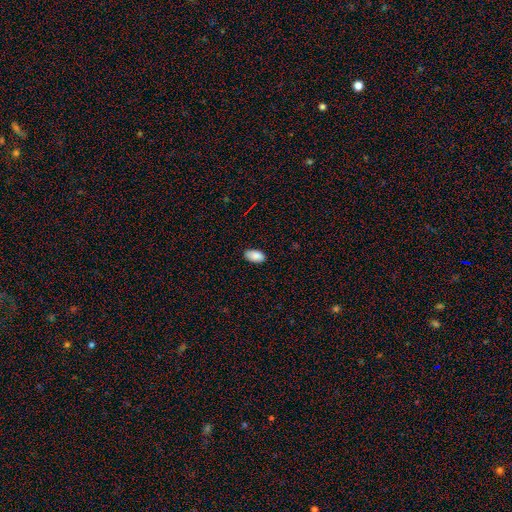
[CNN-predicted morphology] Smooth or featured? Predicted: smooth (p=0.88). How rounded? Predicted: in between (p=0.95). Merging? Predicted: none (p=0.84).